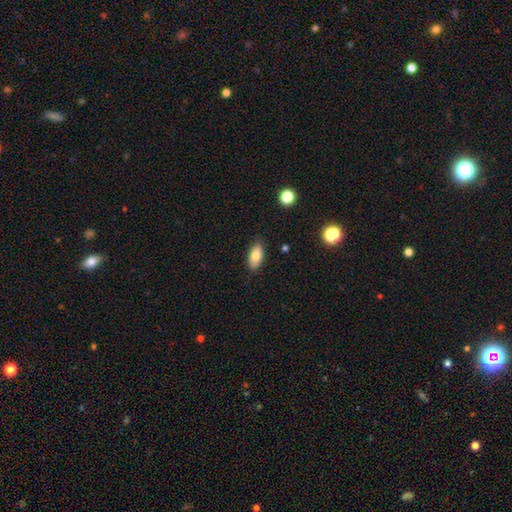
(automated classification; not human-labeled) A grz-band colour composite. It shows a smooth galaxy with no disk features (79%) that is in between round and cigar-shaped (91%). Merging: none (85%).